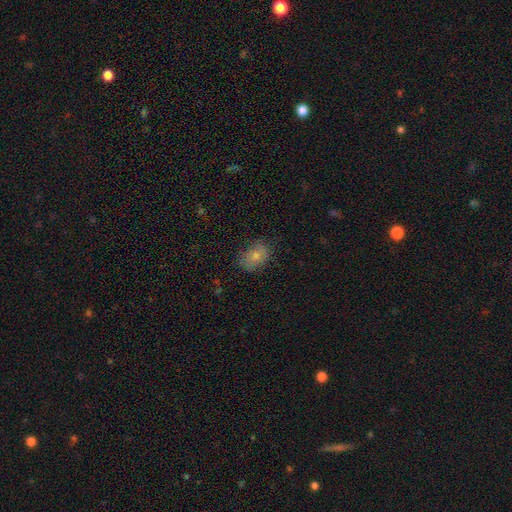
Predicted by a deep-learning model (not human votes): Smooth or featured? Predicted: smooth (p=0.78). How rounded? Predicted: in between (p=0.75). Merging? Predicted: none (p=0.74).